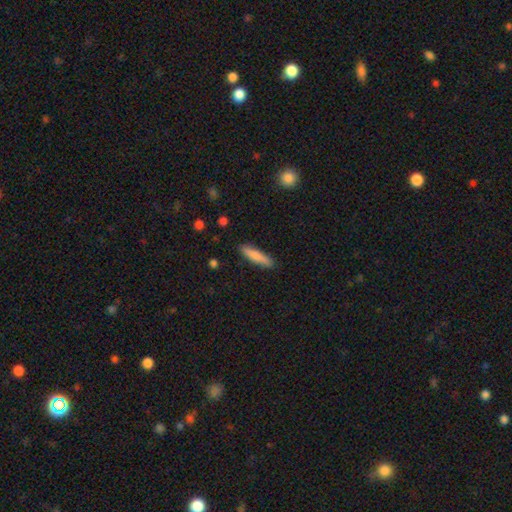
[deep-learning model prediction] Smooth or featured?
  - smooth: 82% *
  - featured or disk: 12%
  - star or artifact: 6%
How rounded?
  - cigar-shaped: 82% *
  - in between: 16%
  - round: 1%
Merging?
  - none: 88% *
  - minor disturbance: 9%
  - major disturbance: 2%
  - merger: 1%